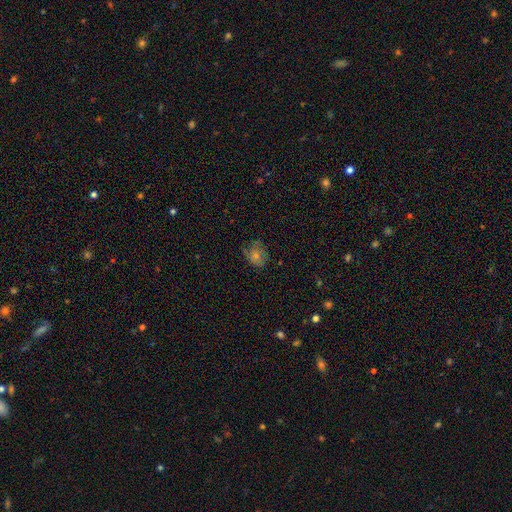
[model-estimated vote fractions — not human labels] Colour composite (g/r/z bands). It shows a smooth galaxy with no disk features (47%). Merging: none (69%).